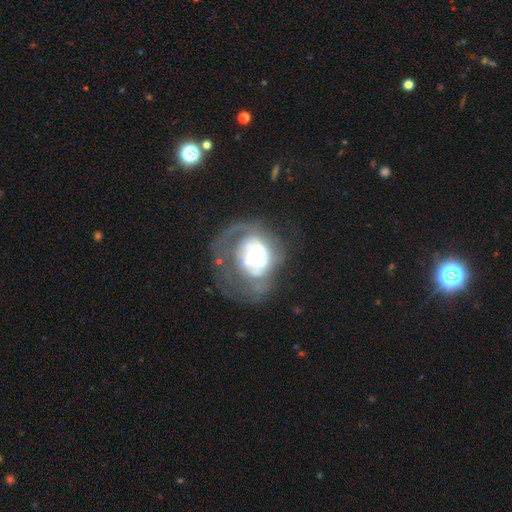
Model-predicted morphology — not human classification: Smooth or featured: featured or disk — 71% (smooth — 21%)
Edge-on disk: no — 97% (yes — 3%)
Bar: no — 65% (weak — 26%)
Spiral arms: yes — 72% (no — 28%)
Spiral winding: tight — 45% (medium — 34%)
Spiral arm count: can't tell — 33% (2 — 29%)
Bulge size: large — 41% (moderate — 40%)
Merging: major disturbance — 42% (none — 35%)